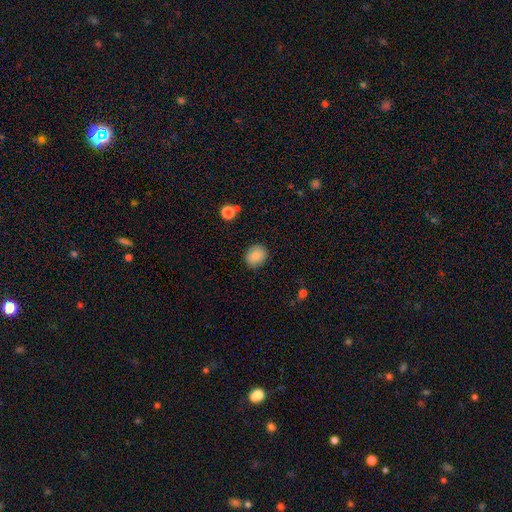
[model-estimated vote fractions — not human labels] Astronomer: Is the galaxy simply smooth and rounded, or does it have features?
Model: smooth — 85%.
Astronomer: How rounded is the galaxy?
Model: round — 67%.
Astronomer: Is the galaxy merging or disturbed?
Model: none — 87%.